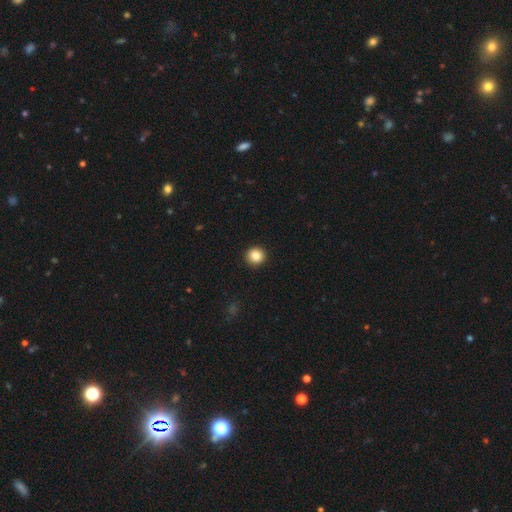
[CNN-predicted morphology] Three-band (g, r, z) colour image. It shows a smooth galaxy with no disk features (86%) that is round (94%). Merging: none (93%).